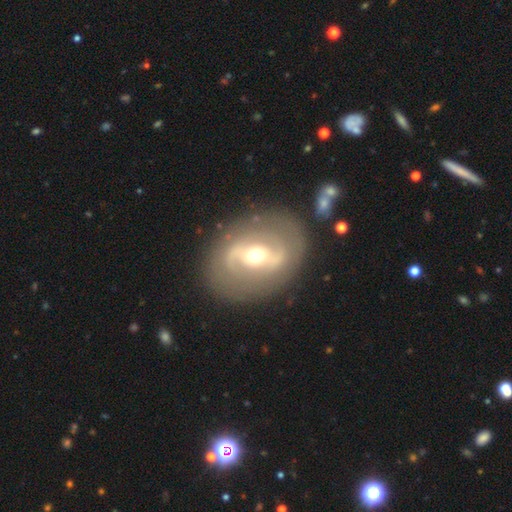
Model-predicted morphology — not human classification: A featured or disk galaxy (78%) with a strong bar (42%), 2 (79%) medium (40%) spiral arms (71%) and a moderate central bulge (65%). Merging: none (82%).